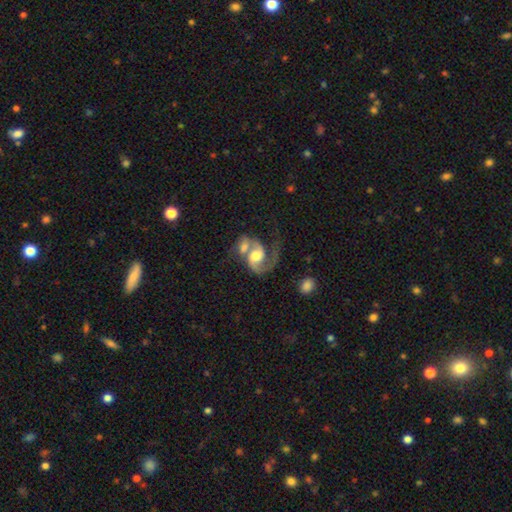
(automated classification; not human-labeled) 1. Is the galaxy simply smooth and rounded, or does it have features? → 80% featured or disk, 14% smooth, 6% star or artifact.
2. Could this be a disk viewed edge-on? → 97% no, 3% yes.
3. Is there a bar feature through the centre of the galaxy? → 51% no, 36% weak, 13% strong.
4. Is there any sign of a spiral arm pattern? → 94% yes, 6% no.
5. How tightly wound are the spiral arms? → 47% medium, 39% loose, 14% tight.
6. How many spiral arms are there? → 65% 2, 29% 1, 4% can't tell, 1% 3, 1% 4, 1% more than 4.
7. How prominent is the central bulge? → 54% moderate, 30% large, 10% small, 3% none, 3% dominant.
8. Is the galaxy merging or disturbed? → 60% merger, 17% none, 15% major disturbance, 8% minor disturbance.